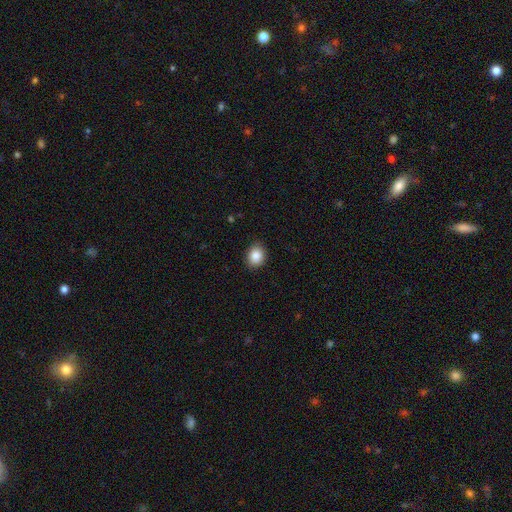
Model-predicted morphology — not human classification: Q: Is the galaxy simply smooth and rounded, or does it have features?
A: smooth — 86%.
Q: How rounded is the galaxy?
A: round — 54%.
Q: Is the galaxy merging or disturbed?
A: none — 88%.